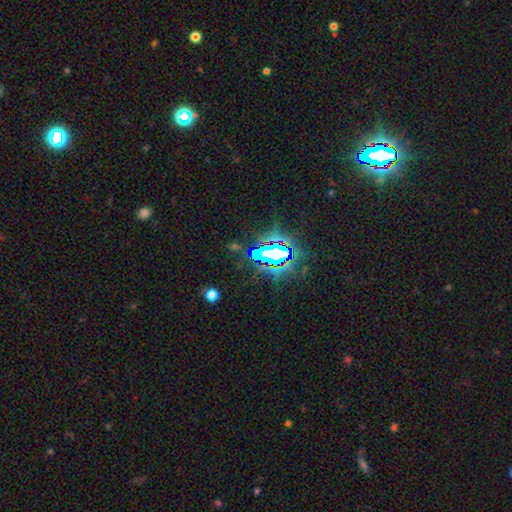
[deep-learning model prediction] Smooth or featured?
  - star or artifact: 77% *
  - smooth: 13%
  - featured or disk: 10%